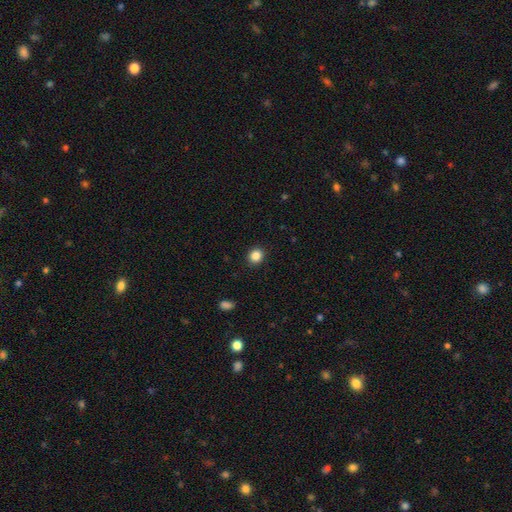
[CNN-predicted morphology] The model was most divided on "how rounded": round: 79%, in between: 20%, cigar-shaped: 1%. More confident: merging — none (91%); smooth or featured — smooth (85%).